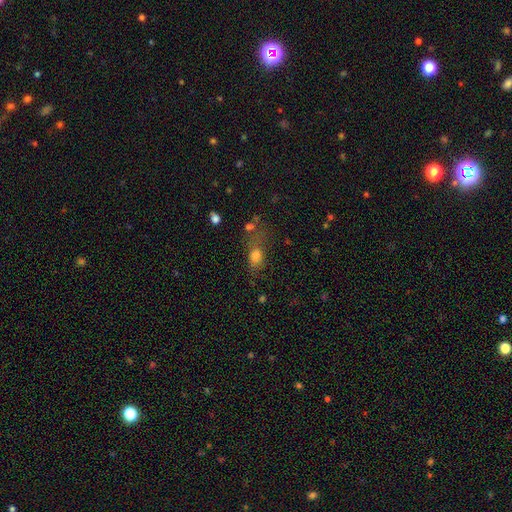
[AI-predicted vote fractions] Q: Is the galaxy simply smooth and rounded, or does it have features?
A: smooth — 74%.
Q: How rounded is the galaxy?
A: in between — 68%.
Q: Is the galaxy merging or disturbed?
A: none — 44%.